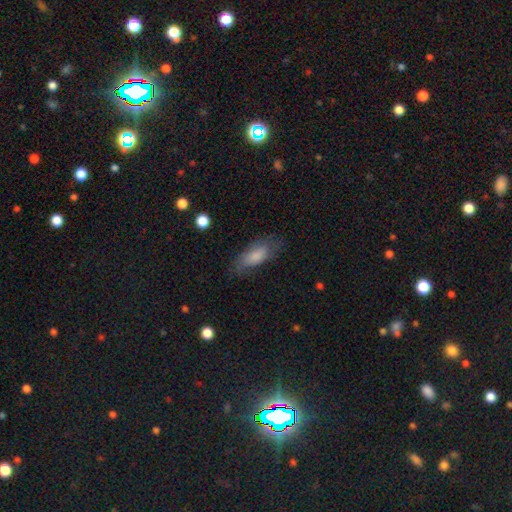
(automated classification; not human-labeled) This is likely a smooth galaxy (77%). How rounded: likely in between (77%). Merging: likely none (67%).